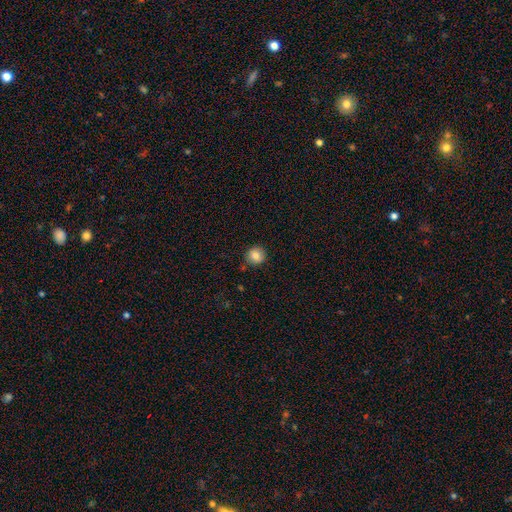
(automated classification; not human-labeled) A smooth galaxy with no disk features (84%) that is round (93%).

Vote fractions:
- Smooth or featured? smooth: 84% / star or artifact: 9% / featured or disk: 6%
- How rounded? round: 93% / in between: 7% / cigar-shaped: 1%
- Merging? none: 86% / minor disturbance: 9% / merger: 2% / major disturbance: 2%